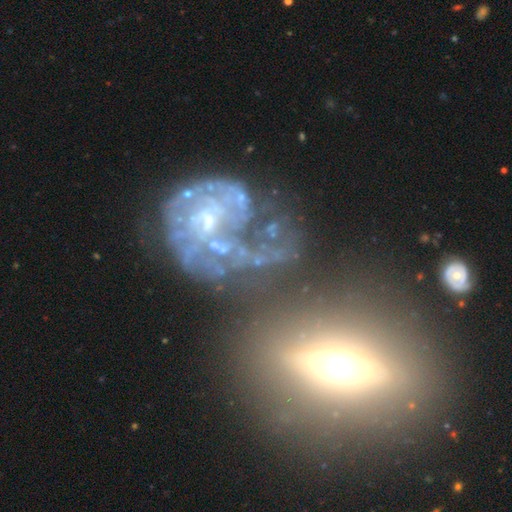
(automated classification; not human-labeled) Morphology: type=featured or disk (79%); edge-on=no (91%); bar=no (66%); spiral arms=yes (71%); winding=tight (52%); arm count=can't tell (41%); bulge=small (50%); merging=none (40%).